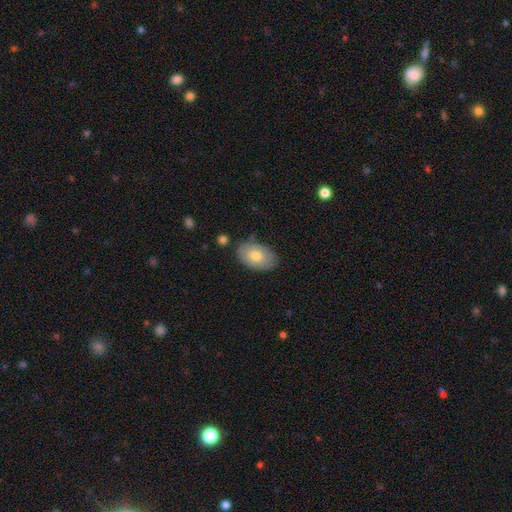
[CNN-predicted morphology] Smooth or featured? Predicted: smooth (p=0.75). How rounded? Predicted: in between (p=0.92). Merging? Predicted: none (p=0.80).